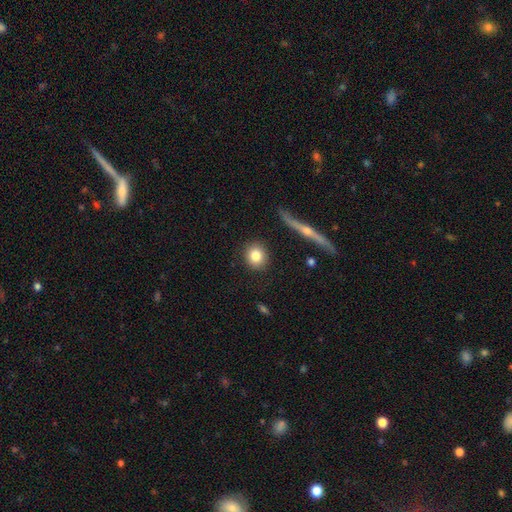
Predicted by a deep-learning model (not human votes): Smooth or featured? smooth (82%)
How rounded? round (87%)
Merging? none (89%)